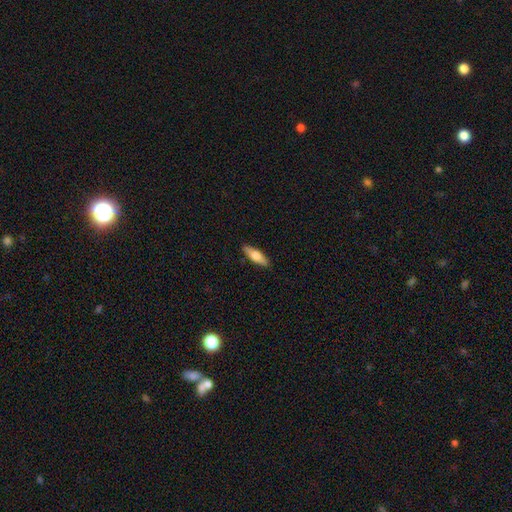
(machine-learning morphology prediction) Q: Smooth or featured?
A: smooth (64%); runner-up: featured or disk (30%)
Q: How rounded?
A: cigar-shaped (52%); runner-up: in between (46%)
Q: Merging?
A: none (89%); runner-up: minor disturbance (8%)